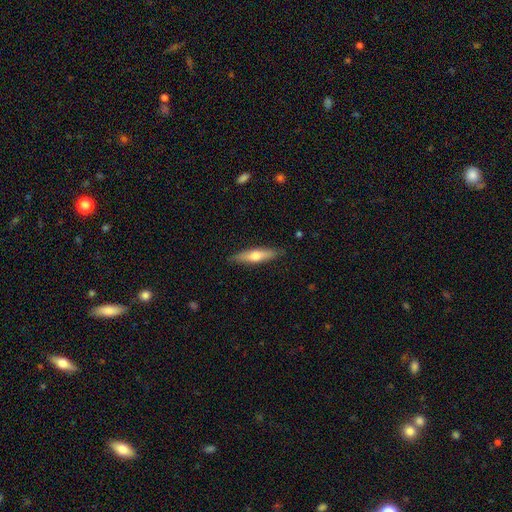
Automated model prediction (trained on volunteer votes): Morphology: type=smooth (56%); roundness=cigar-shaped (75%); merging=none (86%).